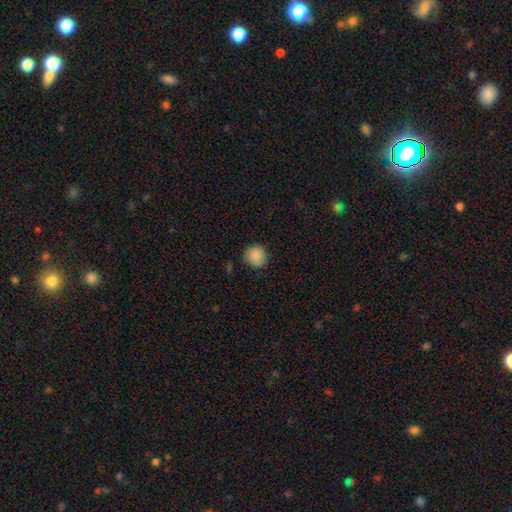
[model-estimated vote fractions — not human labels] This appears to be a smooth galaxy with no disk features (89%) that is round (89%). Merging: none (84%).